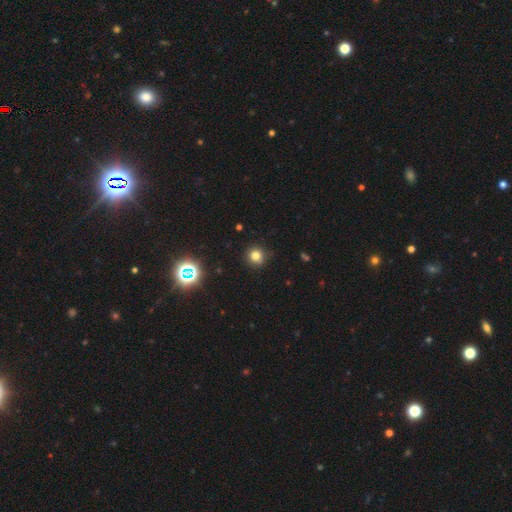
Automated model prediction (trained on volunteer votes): This appears to be a smooth galaxy with no disk features (75%) that is round (90%). Merging: none (85%).